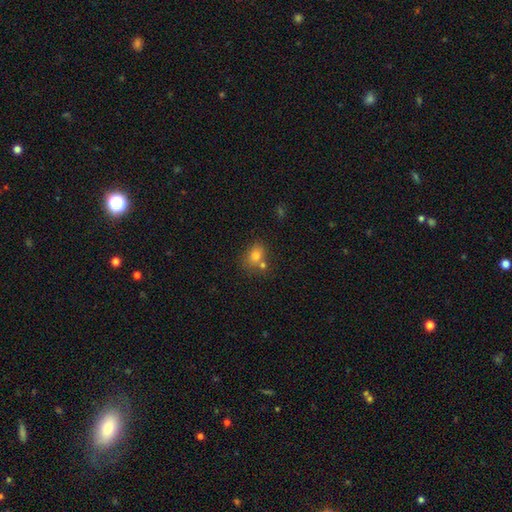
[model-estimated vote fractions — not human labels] Smooth or featured? Predicted: smooth (p=0.76). How rounded? Predicted: in between (p=0.56). Merging? Predicted: none (p=0.55).